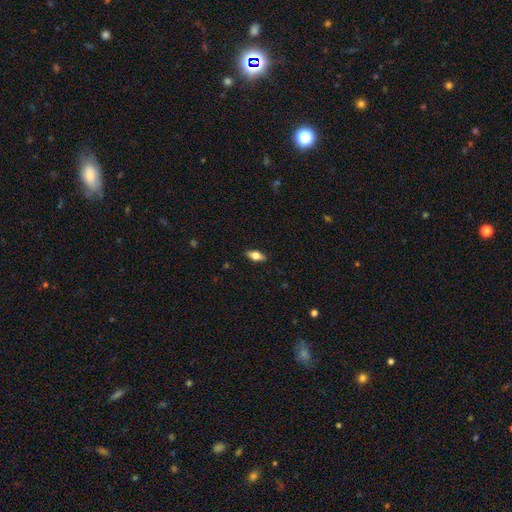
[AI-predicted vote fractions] smooth_or_featured: smooth (p=0.67) [alt: featured or disk p=0.25]
how_rounded: in between (p=0.84) [alt: cigar-shaped p=0.12]
merging: none (p=0.88) [alt: minor disturbance p=0.09]